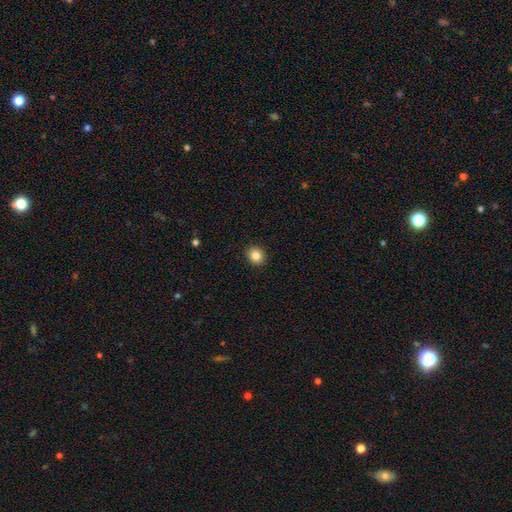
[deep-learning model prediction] Morphology: type=smooth (85%); roundness=round (80%); merging=none (92%).